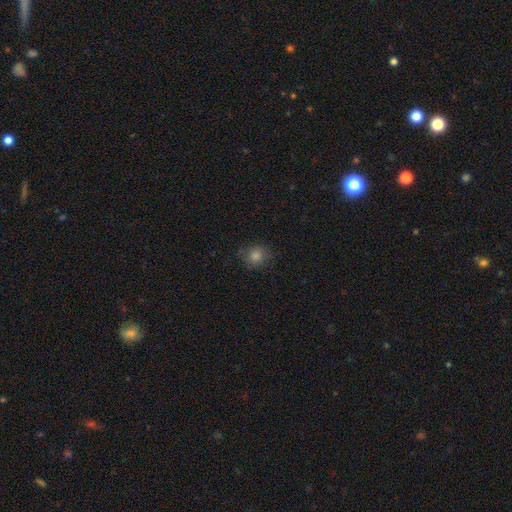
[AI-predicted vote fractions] A smooth galaxy with no disk features (77%) that is round (84%).

Vote fractions:
- Smooth or featured? smooth: 77% / star or artifact: 16% / featured or disk: 7%
- How rounded? round: 84% / in between: 15% / cigar-shaped: 1%
- Merging? none: 81% / minor disturbance: 14% / major disturbance: 4% / merger: 1%